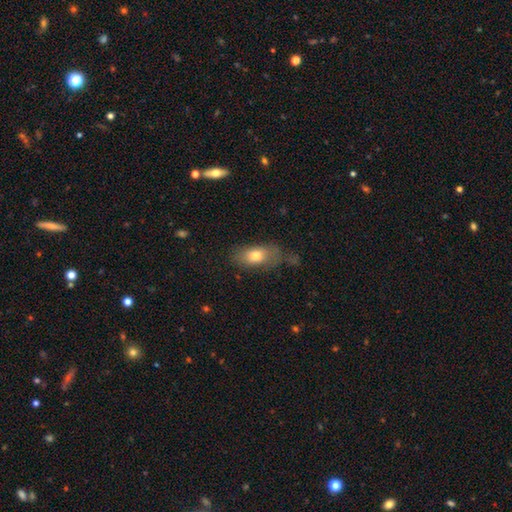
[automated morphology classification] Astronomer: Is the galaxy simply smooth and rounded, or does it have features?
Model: smooth — 76%.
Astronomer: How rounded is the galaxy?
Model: in between — 83%.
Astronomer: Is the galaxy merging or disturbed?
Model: none — 57%.